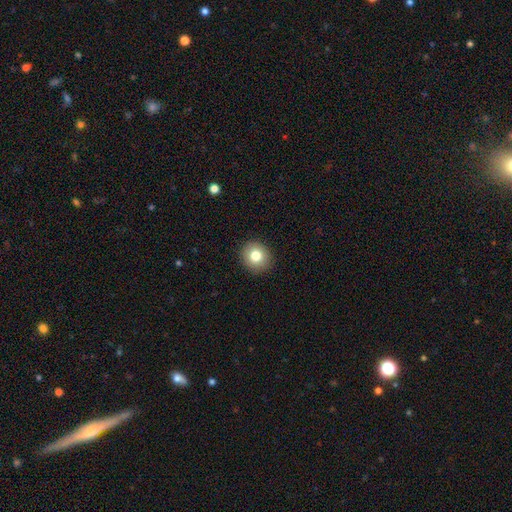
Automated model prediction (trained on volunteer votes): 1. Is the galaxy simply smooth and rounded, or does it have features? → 80% smooth, 10% featured or disk, 10% star or artifact.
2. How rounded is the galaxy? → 86% round, 13% in between, 1% cigar-shaped.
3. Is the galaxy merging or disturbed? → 92% none, 6% minor disturbance, 2% major disturbance, 1% merger.